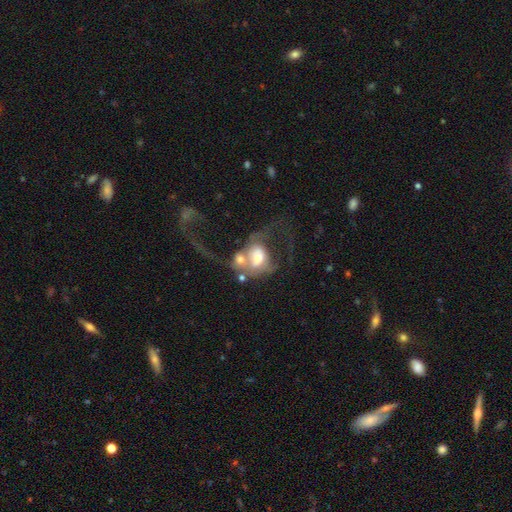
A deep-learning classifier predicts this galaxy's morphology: Overall: featured or disk (56%; smooth 34%). Edge-on disk: no (96%). Bar: no (68%). Spiral arms: yes (55%; no 45%). Bulge size: moderate (49%; large 27%). Merging: merger (55%; major disturbance 29%).